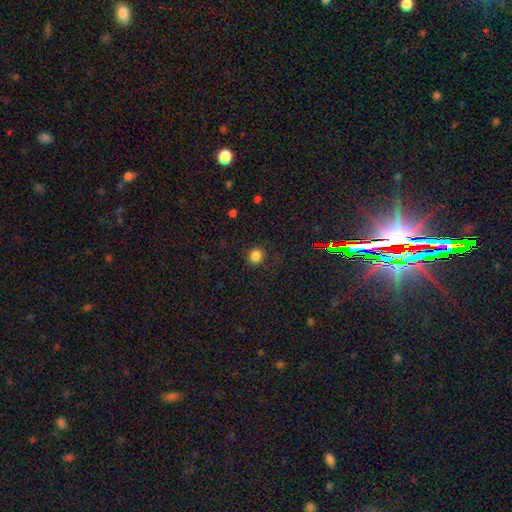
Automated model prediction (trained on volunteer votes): Q: Smooth or featured?
A: smooth (82%); runner-up: star or artifact (13%)
Q: How rounded?
A: round (86%); runner-up: in between (13%)
Q: Merging?
A: none (88%); runner-up: minor disturbance (8%)